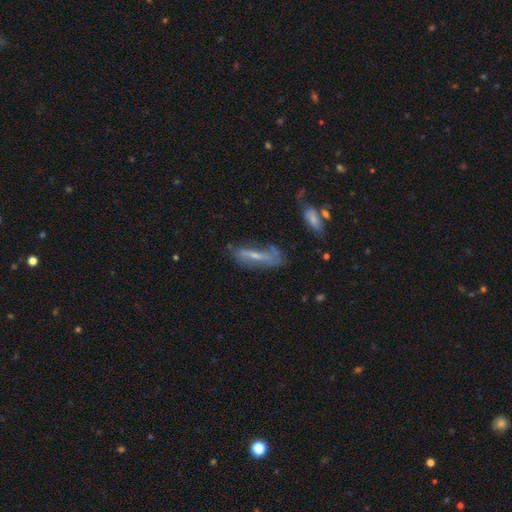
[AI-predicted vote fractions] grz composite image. It shows a featured or disk galaxy (57%). Merging: none (58%).